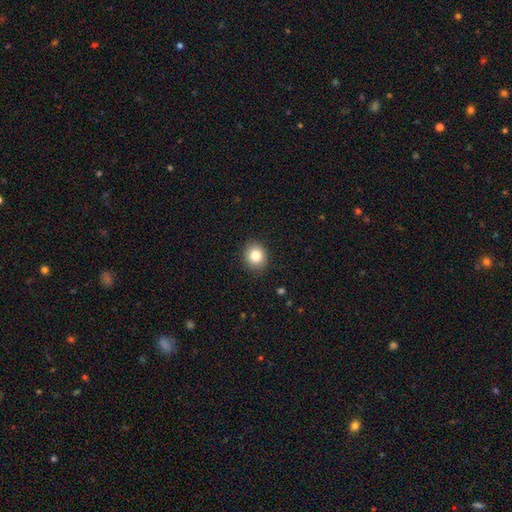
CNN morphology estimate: Smooth or featured?
  - smooth: 83% *
  - star or artifact: 9%
  - featured or disk: 7%
How rounded?
  - round: 69% *
  - in between: 30%
  - cigar-shaped: 1%
Merging?
  - none: 89% *
  - minor disturbance: 8%
  - major disturbance: 2%
  - merger: 1%